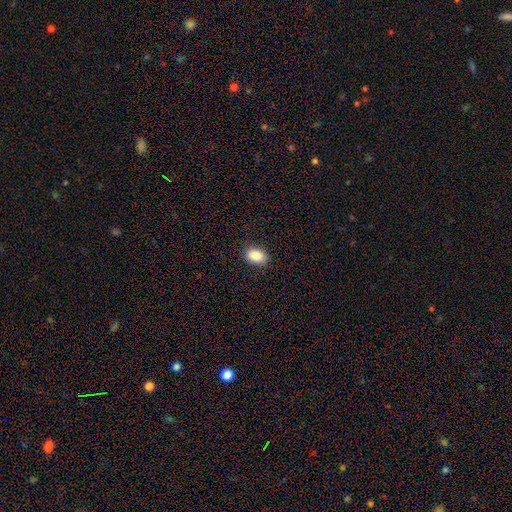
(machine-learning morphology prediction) Smooth or featured? Predicted: smooth (p=0.89). How rounded? Predicted: in between (p=0.88). Merging? Predicted: none (p=0.87).